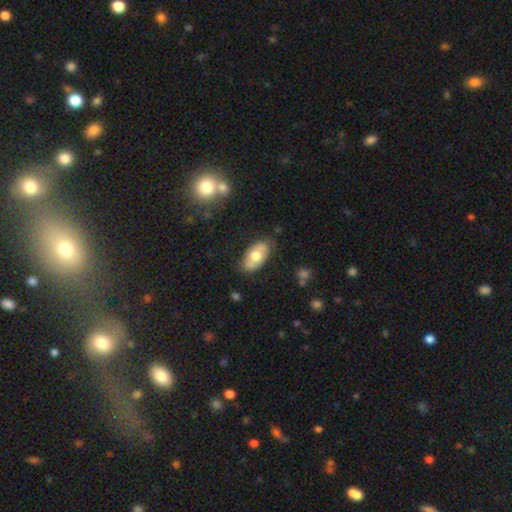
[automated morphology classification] A smooth galaxy with no disk features (64%) that is in between round and cigar-shaped (94%). Merging: none (78%).